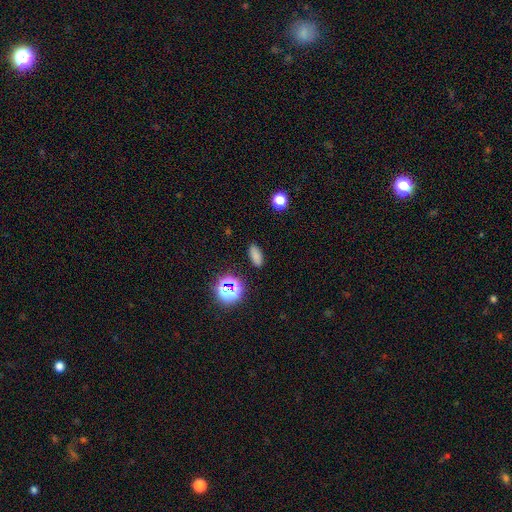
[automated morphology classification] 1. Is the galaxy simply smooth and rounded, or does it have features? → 76% smooth, 18% star or artifact, 6% featured or disk.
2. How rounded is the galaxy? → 82% in between, 13% cigar-shaped, 5% round.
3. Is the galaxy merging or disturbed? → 88% none, 8% minor disturbance, 3% major disturbance, 2% merger.